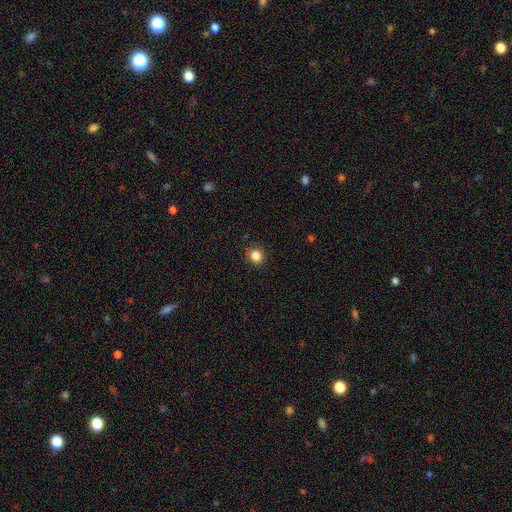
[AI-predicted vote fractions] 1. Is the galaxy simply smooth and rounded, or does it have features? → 85% smooth, 12% star or artifact, 4% featured or disk.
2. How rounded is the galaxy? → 90% round, 9% in between, 1% cigar-shaped.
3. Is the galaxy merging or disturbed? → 91% none, 6% minor disturbance, 2% major disturbance, 1% merger.